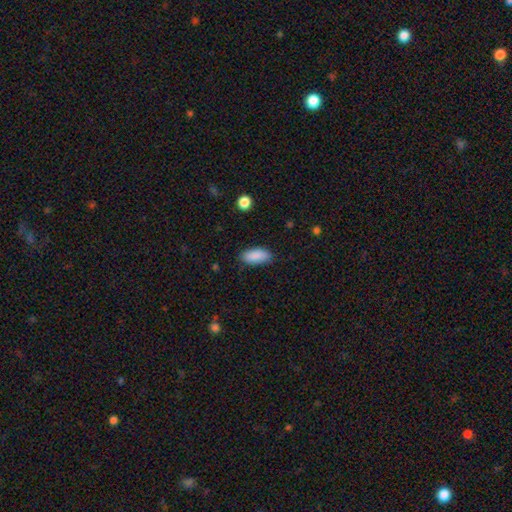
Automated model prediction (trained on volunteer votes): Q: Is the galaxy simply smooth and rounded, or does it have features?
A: smooth — 89%.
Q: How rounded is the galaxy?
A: in between — 87%.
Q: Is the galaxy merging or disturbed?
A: none — 84%.